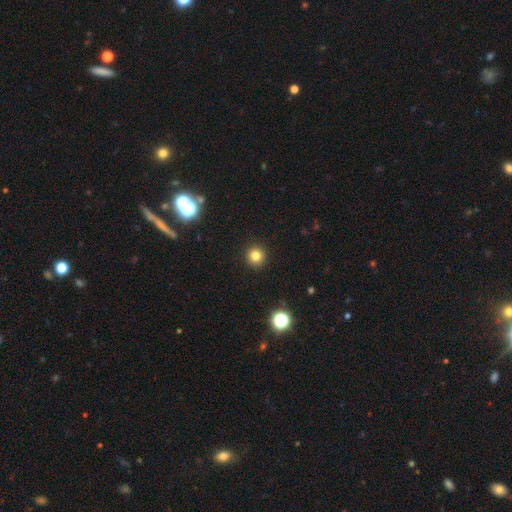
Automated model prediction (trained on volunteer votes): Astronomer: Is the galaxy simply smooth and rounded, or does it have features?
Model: smooth — 80%.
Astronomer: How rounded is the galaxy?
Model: round — 95%.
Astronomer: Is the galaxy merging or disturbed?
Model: none — 93%.